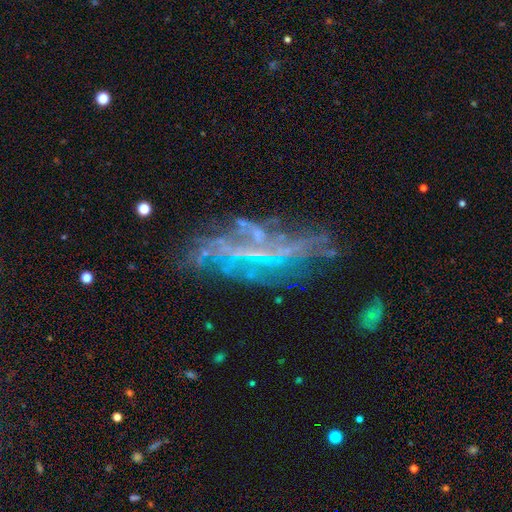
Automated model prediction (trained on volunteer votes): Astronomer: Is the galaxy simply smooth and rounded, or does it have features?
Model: featured or disk — 69%.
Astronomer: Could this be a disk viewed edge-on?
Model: no — 65%.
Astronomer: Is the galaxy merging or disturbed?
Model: none — 49%.